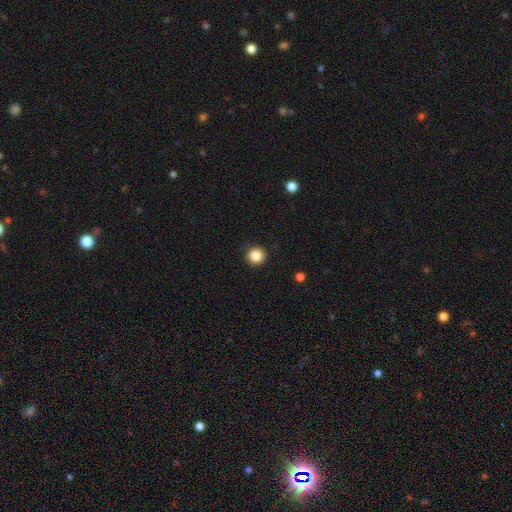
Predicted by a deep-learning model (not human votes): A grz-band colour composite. It shows a smooth galaxy with no disk features (85%) that is round (94%). Merging: none (92%).